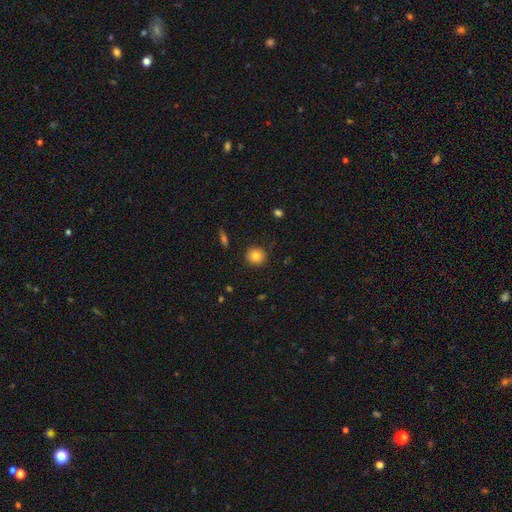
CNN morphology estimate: Q: Smooth or featured?
A: smooth (81%); runner-up: star or artifact (10%)
Q: How rounded?
A: round (89%); runner-up: in between (10%)
Q: Merging?
A: none (88%); runner-up: minor disturbance (8%)